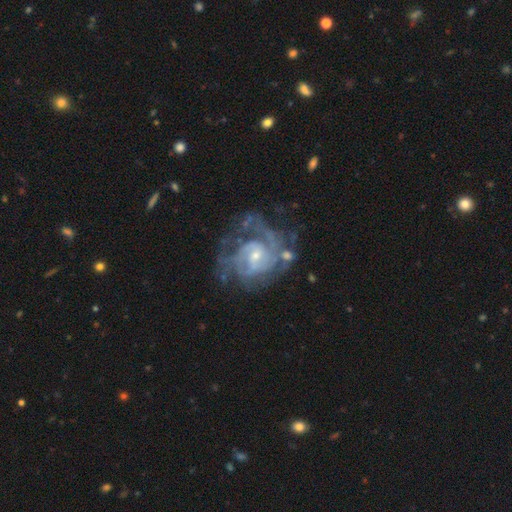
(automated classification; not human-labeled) Smooth or featured? featured or disk (87%)
Edge-on disk? no (98%)
Bar? no (51%)
Spiral arms? yes (93%)
Spiral winding? tight (52%)
Spiral arm count? can't tell (33%)
Bulge size? small (63%)
Merging? none (54%)